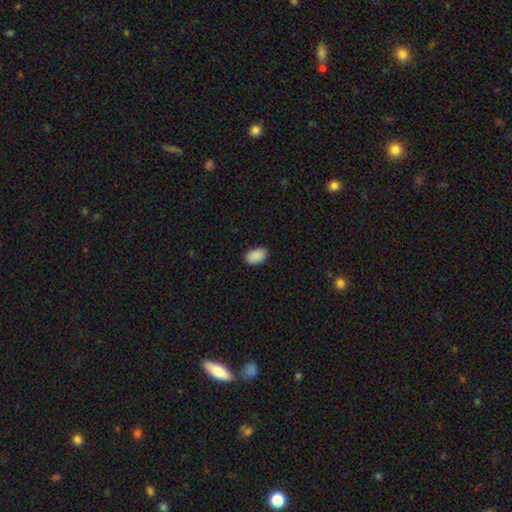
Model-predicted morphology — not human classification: Smooth or featured: smooth — 90% (star or artifact — 7%)
How rounded: in between — 91% (round — 8%)
Merging: none — 87% (minor disturbance — 10%)